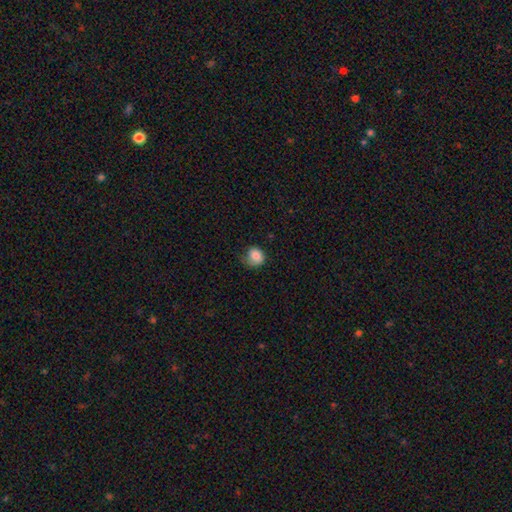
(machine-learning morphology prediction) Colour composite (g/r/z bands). It shows a smooth galaxy with no disk features (83%) that is round (70%). Merging: none (50%).